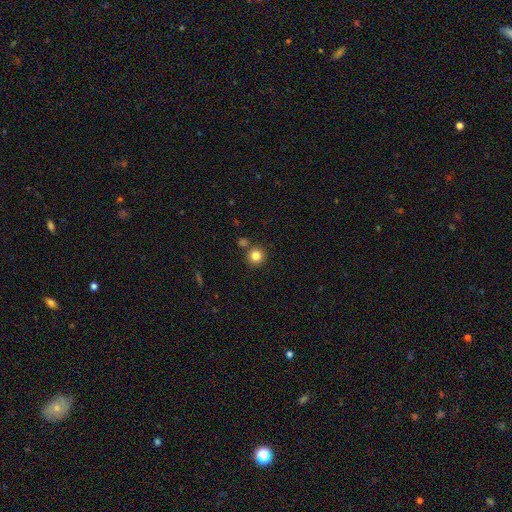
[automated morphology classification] The model was most divided on "merging": none: 81%, merger: 9%, minor disturbance: 7%, major disturbance: 2%. More confident: how rounded — round (94%); smooth or featured — smooth (83%).